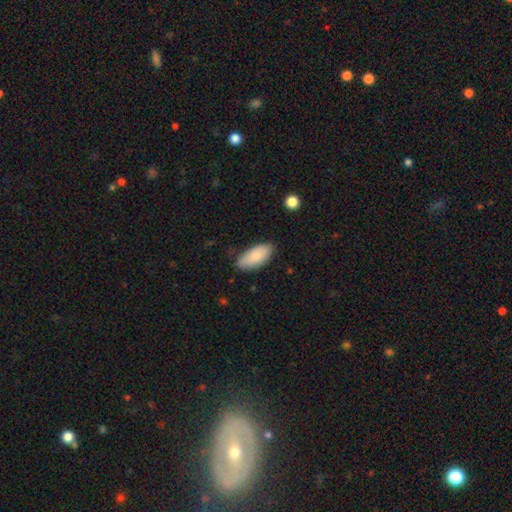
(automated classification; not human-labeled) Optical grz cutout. It shows a smooth galaxy with no disk features (84%) that is in between round and cigar-shaped (92%). Merging: none (79%).